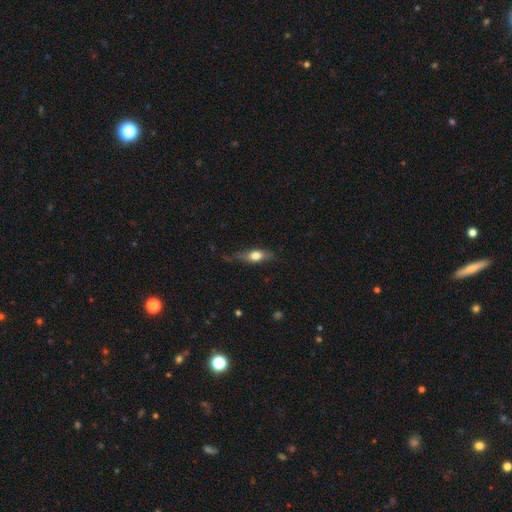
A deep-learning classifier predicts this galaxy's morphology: Q: Smooth or featured?
A: smooth (62%); runner-up: featured or disk (31%)
Q: How rounded?
A: in between (60%); runner-up: cigar-shaped (34%)
Q: Merging?
A: none (58%); runner-up: minor disturbance (29%)